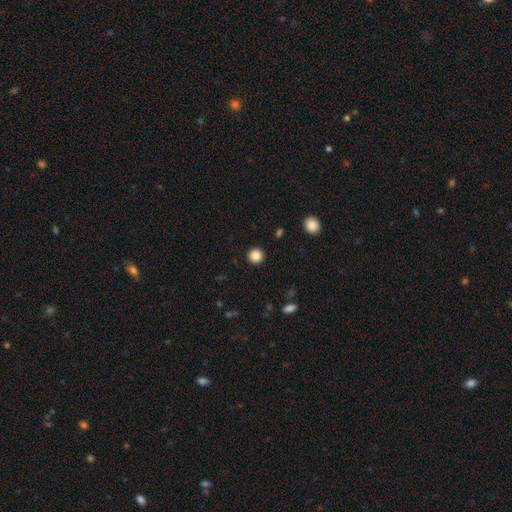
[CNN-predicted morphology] A smooth galaxy with no disk features (87%) that is round (94%).

Vote fractions:
- Smooth or featured? smooth: 87% / star or artifact: 11% / featured or disk: 3%
- How rounded? round: 94% / in between: 5% / cigar-shaped: 1%
- Merging? none: 92% / minor disturbance: 5% / major disturbance: 2% / merger: 1%